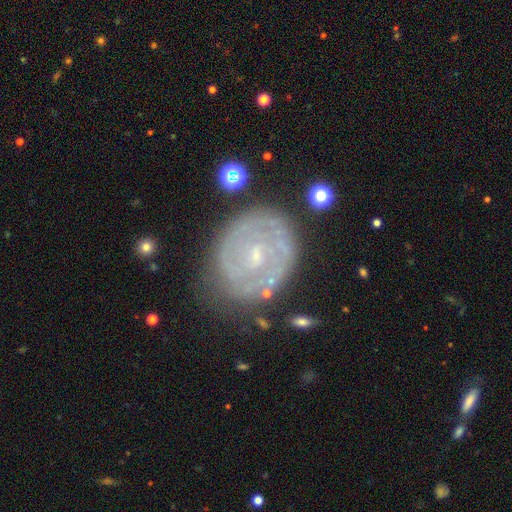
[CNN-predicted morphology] Overall: featured or disk (79%). Edge-on disk: no (97%). Bar: no (52%; weak 39%). Spiral arms: yes (85%). Spiral arm count: 2 (41%; can't tell 36%). Spiral winding: tight (70%). Bulge size: small (74%). Merging: none (73%).